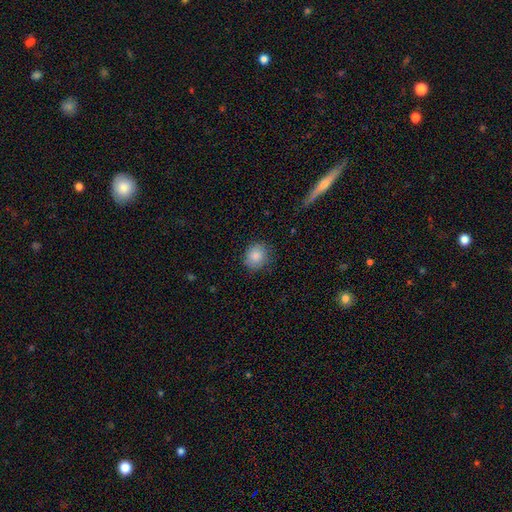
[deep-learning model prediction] Overall: smooth (85%). How rounded: round (74%). Merging: none (82%).